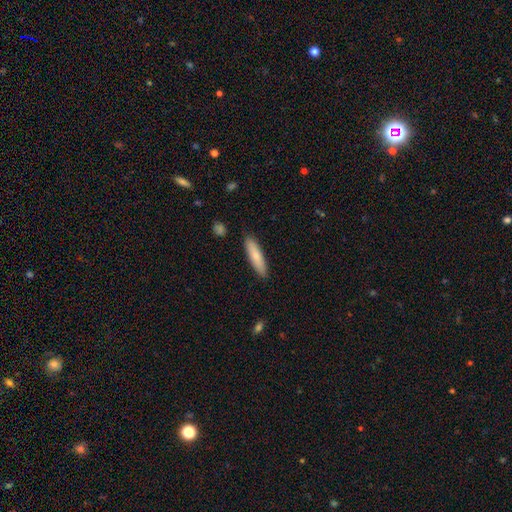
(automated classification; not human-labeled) This is likely a smooth galaxy (78%). How rounded: likely cigar-shaped (78%). Merging: clearly none (89%).